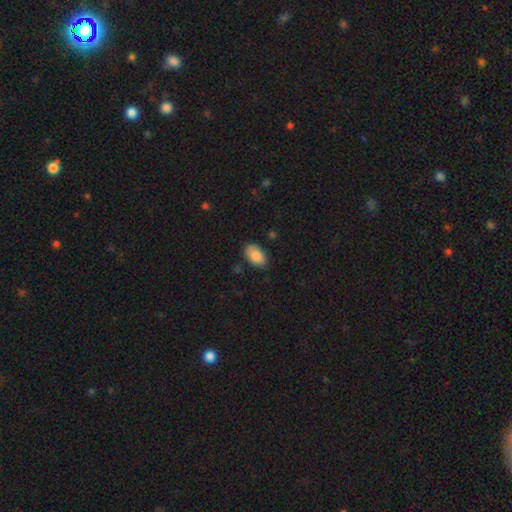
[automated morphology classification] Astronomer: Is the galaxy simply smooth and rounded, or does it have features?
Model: smooth — 87%.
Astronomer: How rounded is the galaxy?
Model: in between — 93%.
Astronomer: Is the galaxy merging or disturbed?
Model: none — 80%.